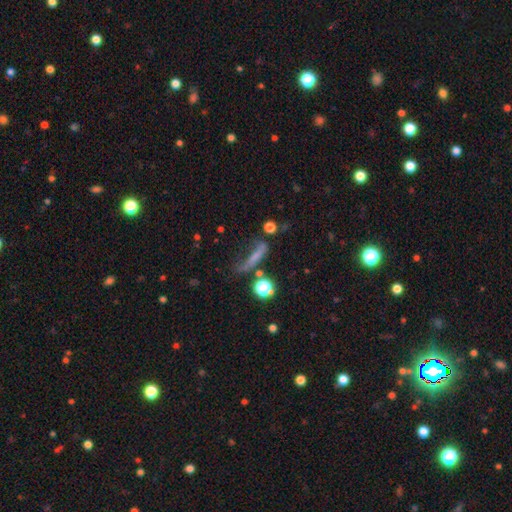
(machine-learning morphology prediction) This appears to be a smooth galaxy with no disk features (52%) that is cigar-shaped (66%). Merging: none (38%).